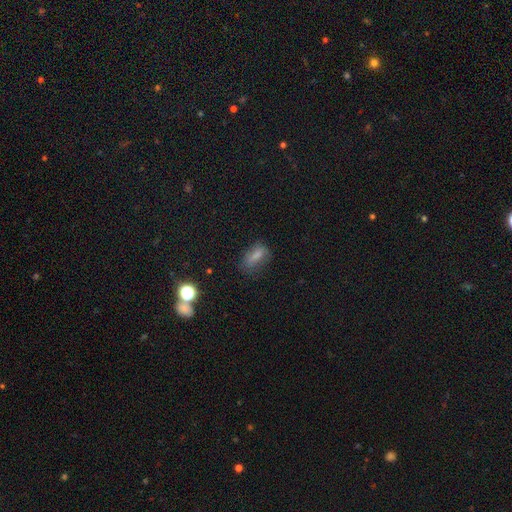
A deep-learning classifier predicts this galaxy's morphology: Smooth or featured: smooth — 71% (featured or disk — 15%)
How rounded: in between — 74% (cigar-shaped — 18%)
Merging: none — 57% (minor disturbance — 27%)